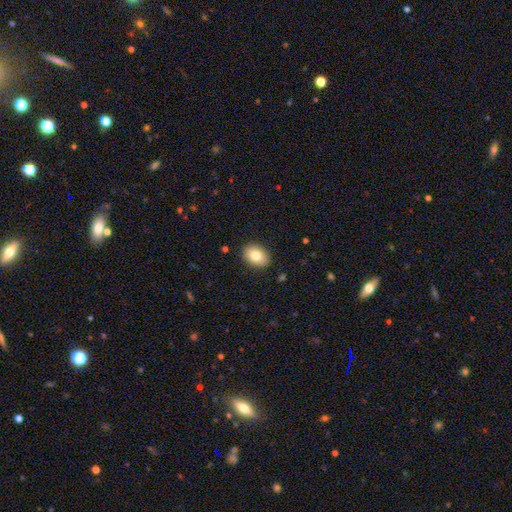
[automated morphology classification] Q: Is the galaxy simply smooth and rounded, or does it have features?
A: smooth — 80%.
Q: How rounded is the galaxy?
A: in between — 76%.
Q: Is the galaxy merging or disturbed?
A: none — 89%.